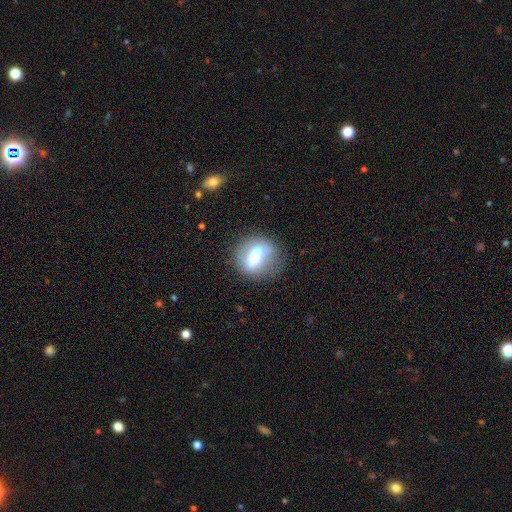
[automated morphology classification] smooth-or-featured: smooth: 59% | featured or disk: 31% | star or artifact: 10%
  how-rounded: round: 48% | in between: 43% | cigar-shaped: 9%
  merging: none: 67% | minor disturbance: 17% | major disturbance: 10% | merger: 6%